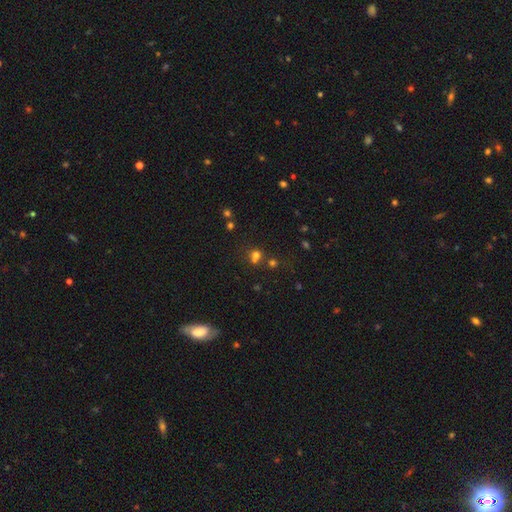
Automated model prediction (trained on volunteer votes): Smooth or featured? smooth (63%)
How rounded? round (86%)
Merging? none (53%)